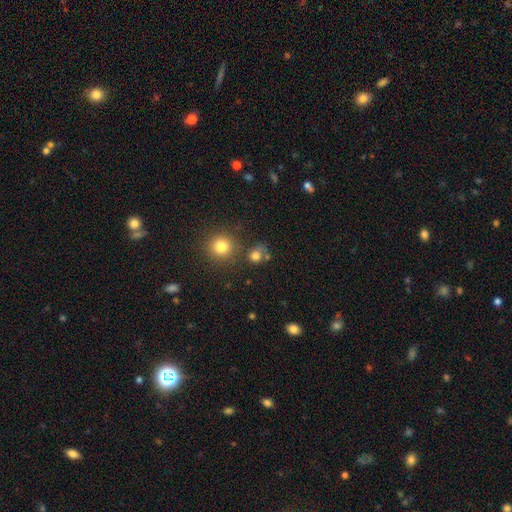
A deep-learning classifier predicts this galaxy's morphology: Smooth or featured?
  - smooth: 76% *
  - star or artifact: 16%
  - featured or disk: 7%
How rounded?
  - round: 79% *
  - in between: 20%
  - cigar-shaped: 1%
Merging?
  - none: 63% *
  - merger: 16%
  - minor disturbance: 14%
  - major disturbance: 7%